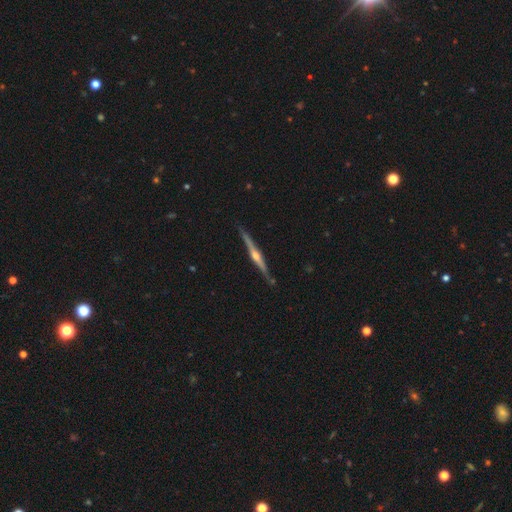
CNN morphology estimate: Overall: featured or disk (83%). Edge-on disk: yes (98%). Edge-on bulge: rounded (91%). Merging: none (88%).